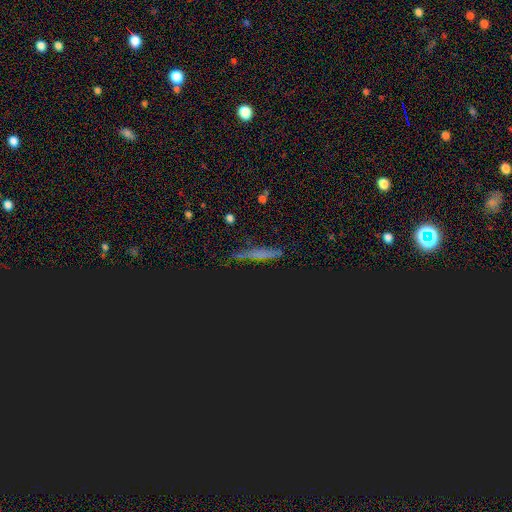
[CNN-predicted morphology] The model was most divided on "smooth or featured": star or artifact: 40%, smooth: 37%, featured or disk: 23%.